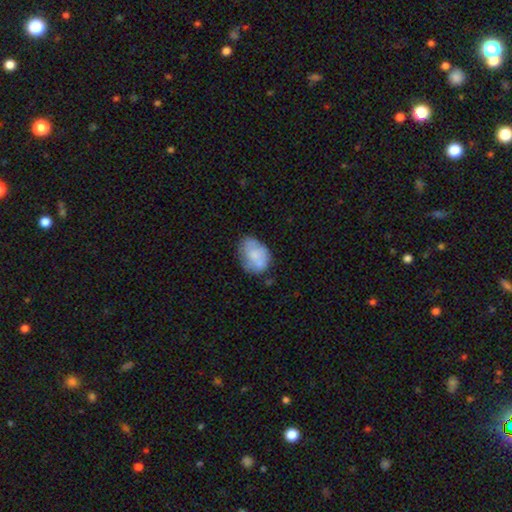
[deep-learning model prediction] Smooth or featured? Predicted: smooth (p=0.65). How rounded? Predicted: in between (p=0.70). Merging? Predicted: none (p=0.53).